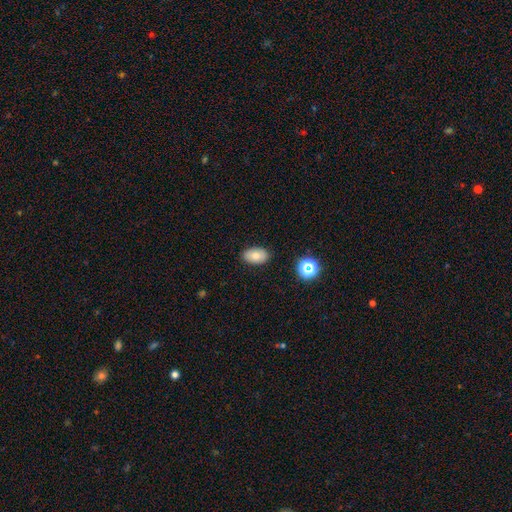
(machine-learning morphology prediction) This is likely a smooth galaxy (75%). How rounded: clearly in between (90%). Merging: clearly none (87%).